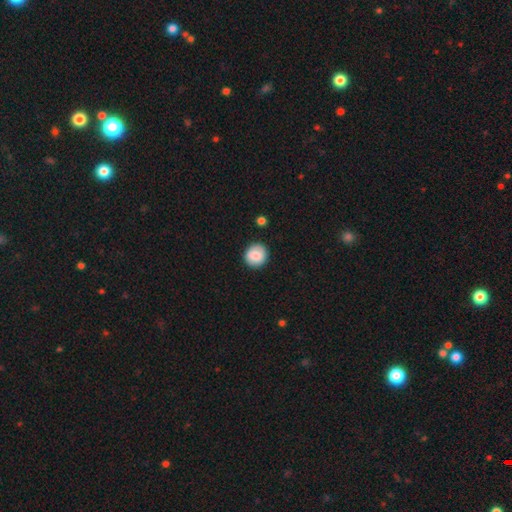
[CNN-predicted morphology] smooth 83%, featured or disk 10%, star or artifact 7%. Down the decision tree: how rounded — round (92%); merging — none (90%).